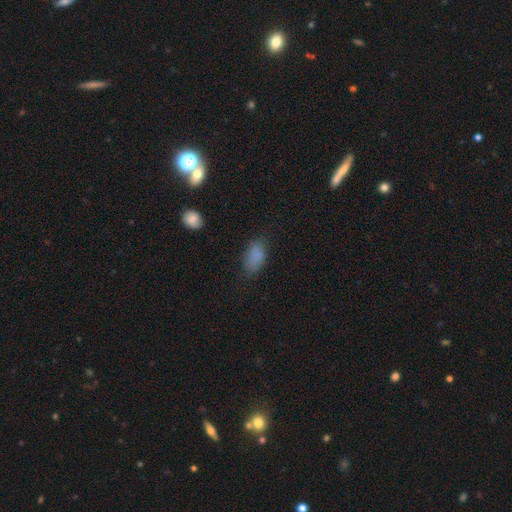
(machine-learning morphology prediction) A smooth galaxy with no disk features (84%) that is in between round and cigar-shaped (91%).

Vote fractions:
- Smooth or featured? smooth: 84% / star or artifact: 10% / featured or disk: 6%
- How rounded? in between: 91% / round: 6% / cigar-shaped: 3%
- Merging? none: 73% / minor disturbance: 19% / major disturbance: 6% / merger: 2%